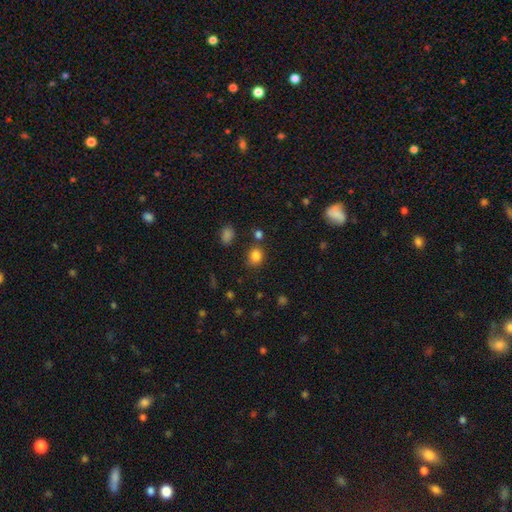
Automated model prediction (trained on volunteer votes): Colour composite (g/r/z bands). It shows a smooth galaxy with no disk features (83%) that is round (64%). Merging: none (74%).